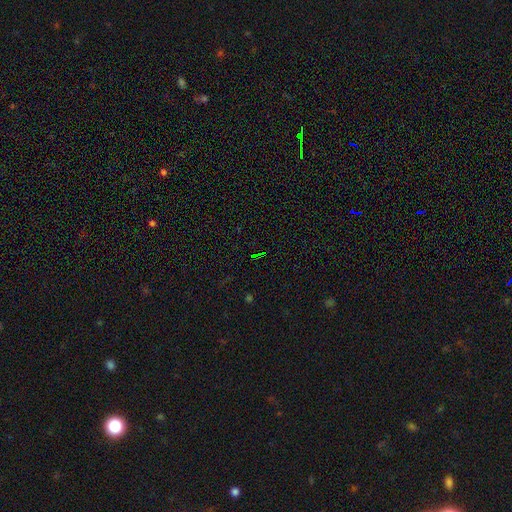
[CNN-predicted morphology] Smooth or featured? Predicted: star or artifact (p=0.73).